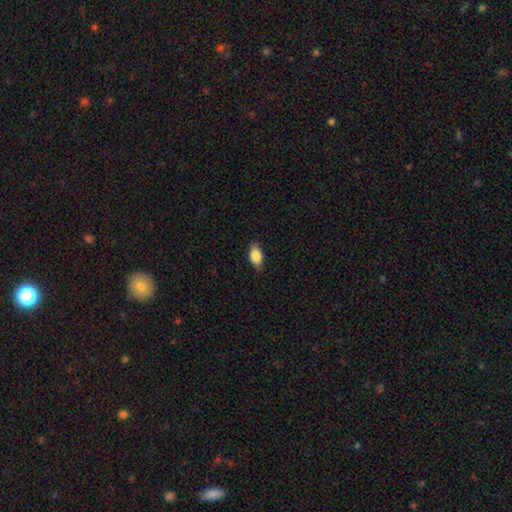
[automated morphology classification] This is clearly a smooth galaxy (85%). How rounded: clearly in between (89%). Merging: clearly none (81%).